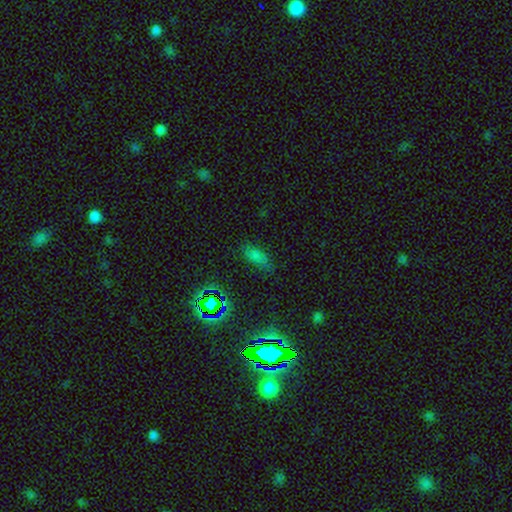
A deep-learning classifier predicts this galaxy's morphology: smooth_or_featured: smooth (p=0.62) [alt: star or artifact p=0.28]
how_rounded: in between (p=0.80) [alt: cigar-shaped p=0.15]
merging: none (p=0.70) [alt: minor disturbance p=0.21]